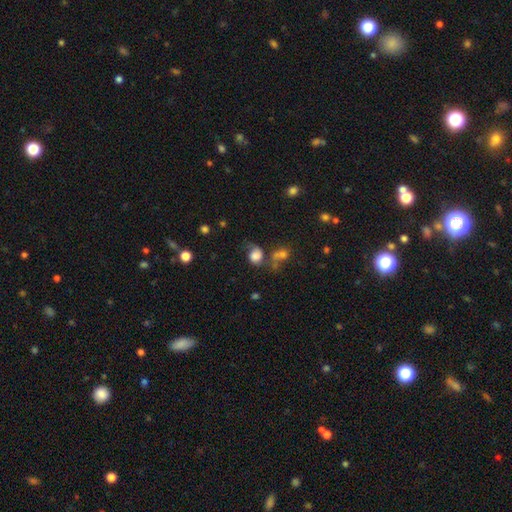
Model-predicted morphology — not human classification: Smooth or featured? Predicted: smooth (p=0.72). How rounded? Predicted: round (p=0.61). Merging? Predicted: none (p=0.34).